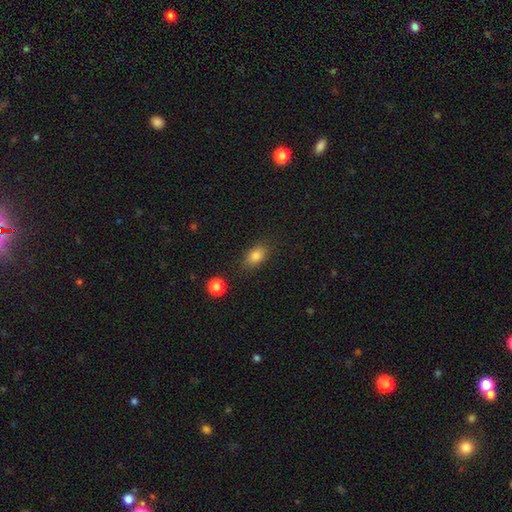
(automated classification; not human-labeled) smooth 83%, star or artifact 10%, featured or disk 7%. Down the decision tree: how rounded — in between (83%); merging — none (82%).